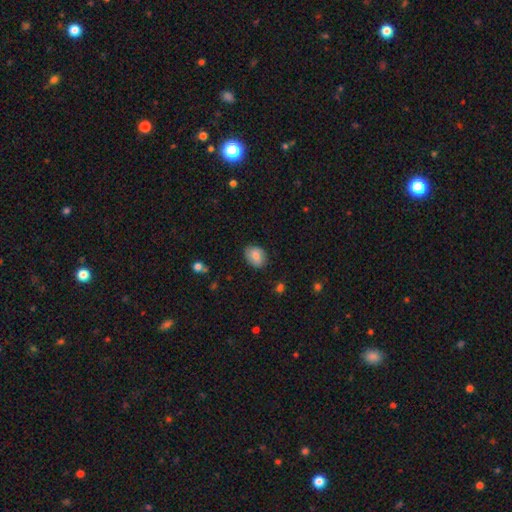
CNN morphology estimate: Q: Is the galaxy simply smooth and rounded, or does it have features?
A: smooth — 79%.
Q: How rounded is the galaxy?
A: in between — 65%.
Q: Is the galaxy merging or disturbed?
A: none — 83%.